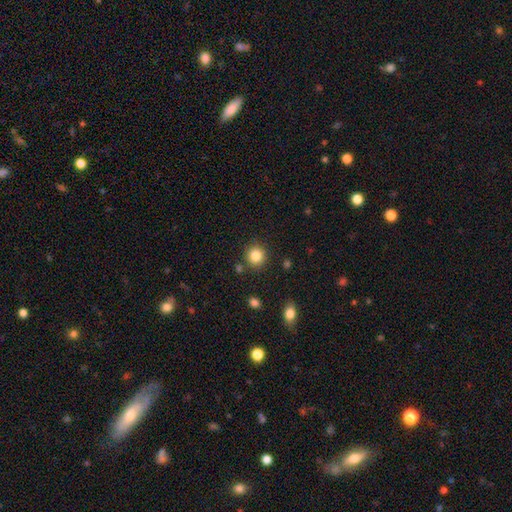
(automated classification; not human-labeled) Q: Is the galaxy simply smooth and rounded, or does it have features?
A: smooth — 85%.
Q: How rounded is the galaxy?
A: round — 91%.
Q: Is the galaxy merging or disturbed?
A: none — 86%.